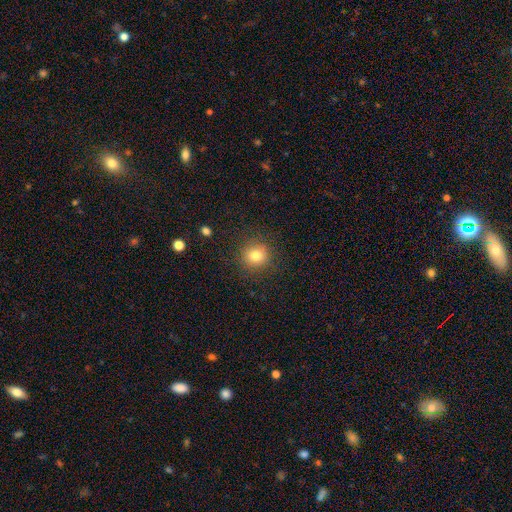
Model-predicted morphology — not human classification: This is likely a smooth galaxy (80%). How rounded: clearly round (89%). Merging: clearly none (89%).